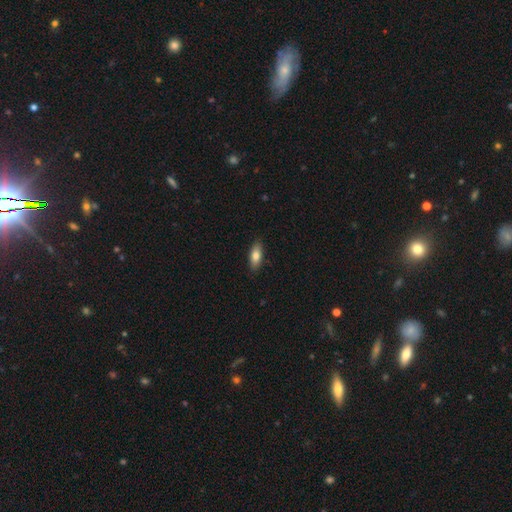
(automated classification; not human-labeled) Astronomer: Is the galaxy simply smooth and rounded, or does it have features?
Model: smooth — 80%.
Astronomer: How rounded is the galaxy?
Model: in between — 77%.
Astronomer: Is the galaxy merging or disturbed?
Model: none — 88%.